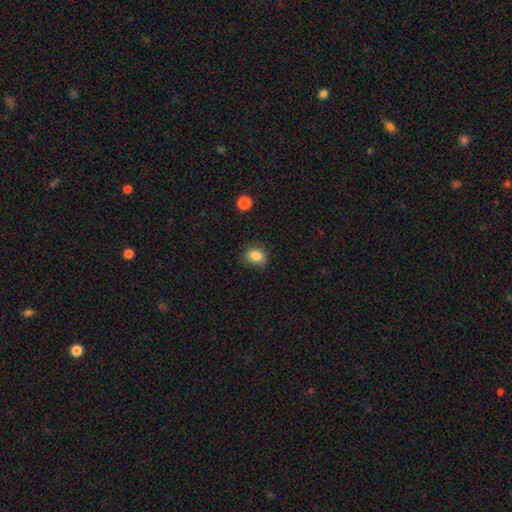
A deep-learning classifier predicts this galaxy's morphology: This appears to be a smooth galaxy with no disk features (84%) that is round (51%). Merging: none (71%).